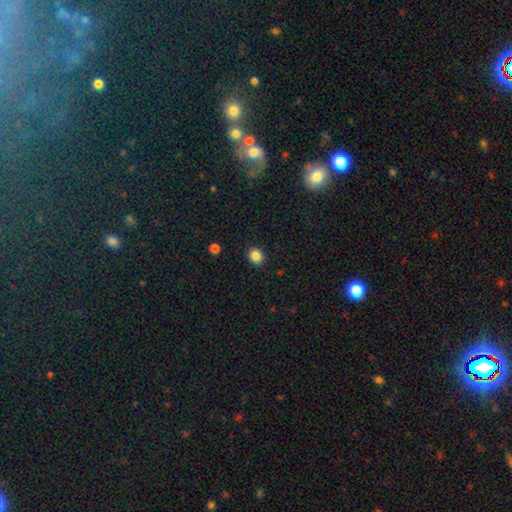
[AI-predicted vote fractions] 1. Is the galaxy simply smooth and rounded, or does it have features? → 86% smooth, 10% star or artifact, 4% featured or disk.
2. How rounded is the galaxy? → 59% round, 41% in between, 1% cigar-shaped.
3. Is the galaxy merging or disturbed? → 90% none, 7% minor disturbance, 2% major disturbance, 1% merger.